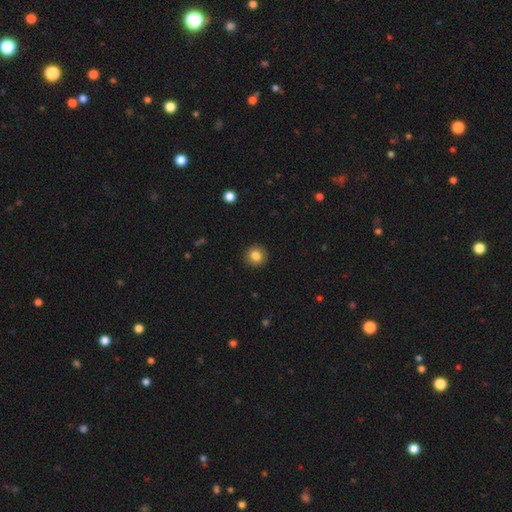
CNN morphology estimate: smooth-or-featured: smooth: 85% | star or artifact: 9% | featured or disk: 6%
  how-rounded: round: 89% | in between: 10% | cigar-shaped: 1%
  merging: none: 92% | minor disturbance: 6% | major disturbance: 2% | merger: 1%